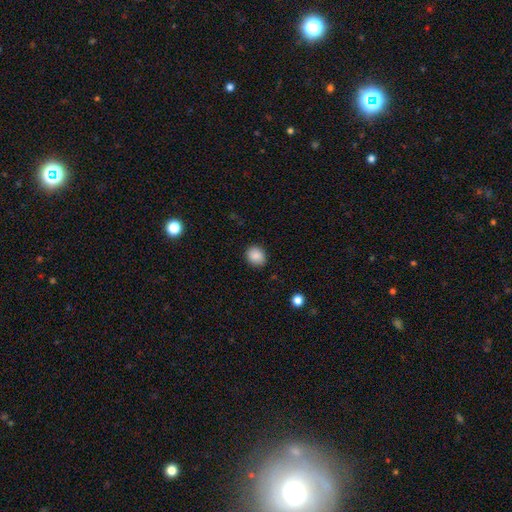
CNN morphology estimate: Overall: smooth (88%). How rounded: round (68%; in between 31%). Merging: none (86%).